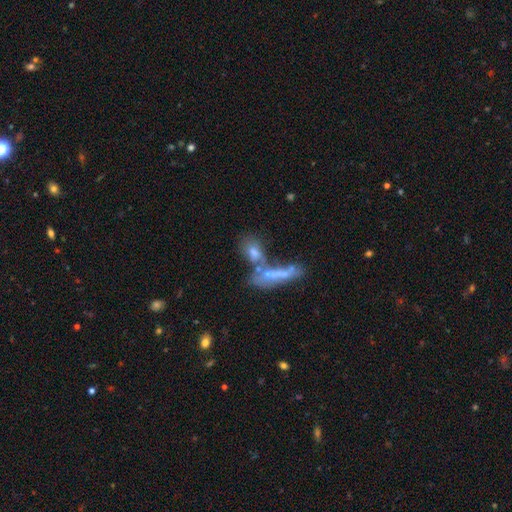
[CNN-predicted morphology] Smooth or featured?
  - smooth: 50% *
  - featured or disk: 35%
  - star or artifact: 15%
Merging?
  - none: 43% *
  - merger: 37%
  - minor disturbance: 13%
  - major disturbance: 8%